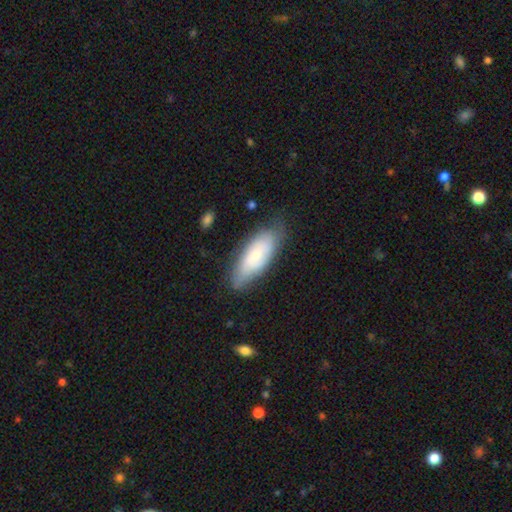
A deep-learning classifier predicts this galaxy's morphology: Smooth or featured?
  - smooth: 47% *
  - featured or disk: 46%
  - star or artifact: 6%
Merging?
  - none: 70% *
  - minor disturbance: 23%
  - major disturbance: 5%
  - merger: 2%